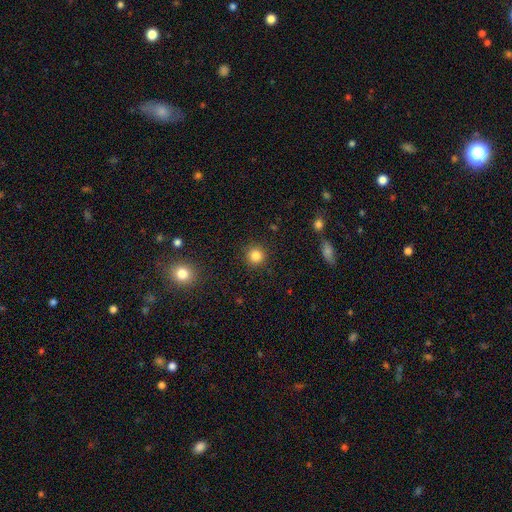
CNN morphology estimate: Smooth or featured? smooth (84%)
How rounded? round (94%)
Merging? none (91%)